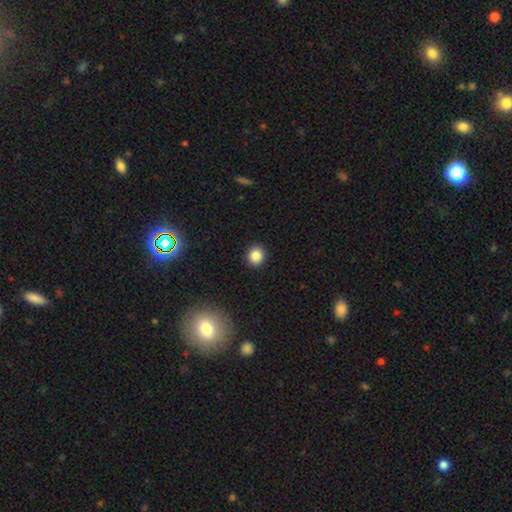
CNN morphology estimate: Smooth or featured?
  - smooth: 85% *
  - star or artifact: 11%
  - featured or disk: 4%
How rounded?
  - round: 87% *
  - in between: 12%
  - cigar-shaped: 1%
Merging?
  - none: 92% *
  - minor disturbance: 5%
  - major disturbance: 2%
  - merger: 1%